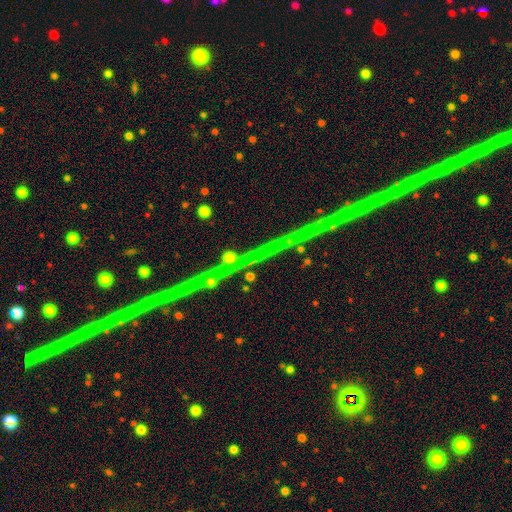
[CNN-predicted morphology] Smooth or featured? star or artifact (67%)